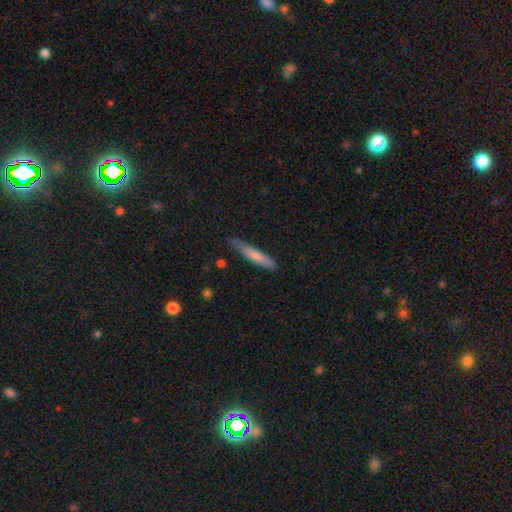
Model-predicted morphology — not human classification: smooth-or-featured: smooth: 73% | featured or disk: 21% | star or artifact: 6%
  how-rounded: cigar-shaped: 91% | in between: 8% | round: 1%
  merging: none: 73% | minor disturbance: 22% | major disturbance: 4% | merger: 2%